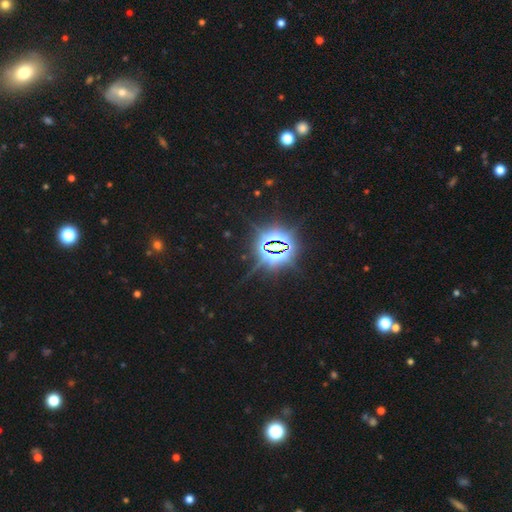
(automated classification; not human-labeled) star or artifact 83%, smooth 10%, featured or disk 7%.